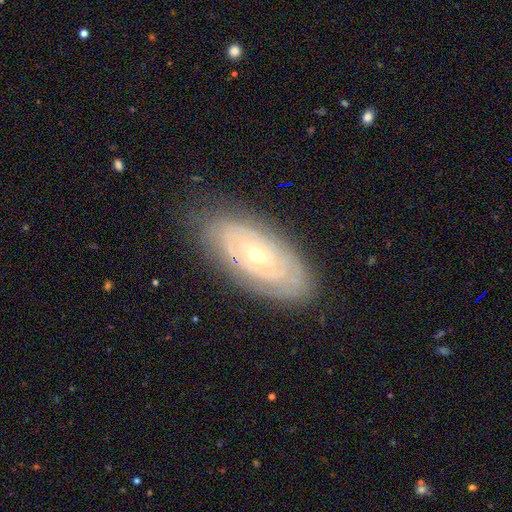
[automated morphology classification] Q: Smooth or featured?
A: featured or disk (81%); runner-up: smooth (13%)
Q: Edge-on disk?
A: no (92%); runner-up: yes (8%)
Q: Bar?
A: no (78%); runner-up: weak (16%)
Q: Spiral arms?
A: yes (85%); runner-up: no (15%)
Q: Spiral winding?
A: tight (84%); runner-up: medium (13%)
Q: Spiral arm count?
A: can't tell (49%); runner-up: 2 (22%)
Q: Bulge size?
A: small (65%); runner-up: moderate (32%)
Q: Merging?
A: none (81%); runner-up: minor disturbance (14%)